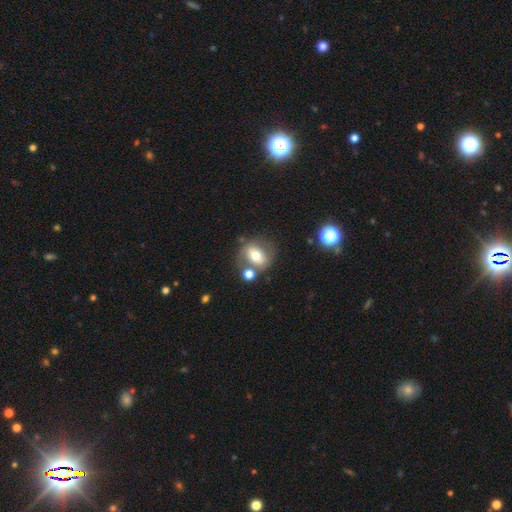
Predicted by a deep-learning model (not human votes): Overall: smooth (60%; featured or disk 30%). How rounded: in between (49%, tied with round). Merging: none (55%; merger 23%).